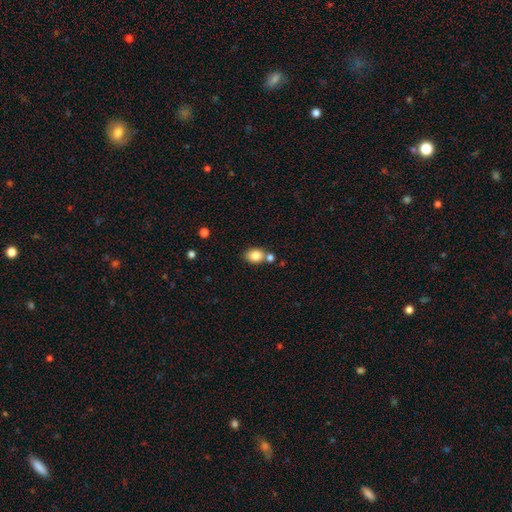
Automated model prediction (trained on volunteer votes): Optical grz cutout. It shows a smooth galaxy with no disk features (83%) that is in between round and cigar-shaped (60%). Merging: none (61%).